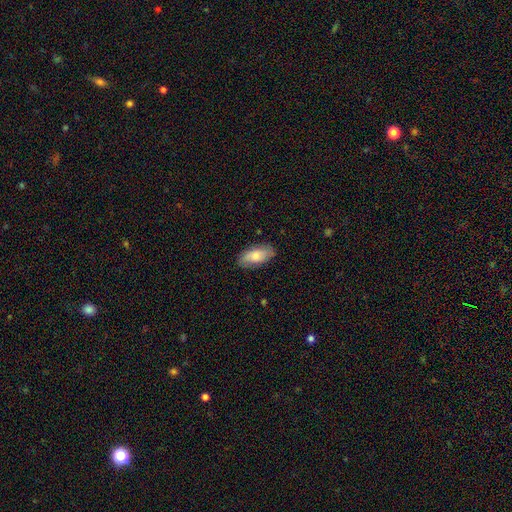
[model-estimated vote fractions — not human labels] The model was most divided on "smooth or featured": smooth: 74%, featured or disk: 20%, star or artifact: 6%. More confident: how rounded — in between (89%); merging — none (83%).